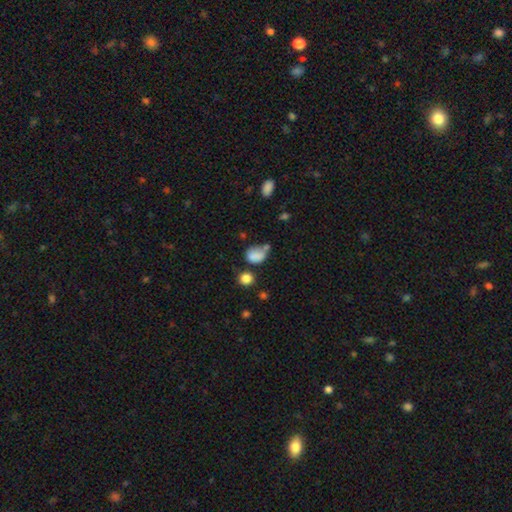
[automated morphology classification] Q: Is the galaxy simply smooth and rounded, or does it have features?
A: smooth — 78%.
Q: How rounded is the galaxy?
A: in between — 57%.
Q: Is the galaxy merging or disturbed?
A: none — 38%.